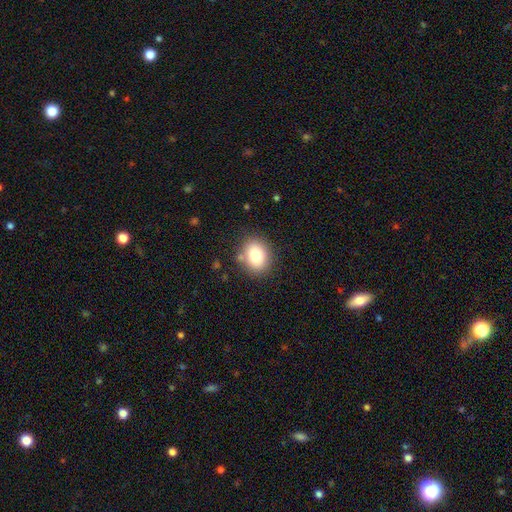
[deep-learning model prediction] Smooth or featured?
  - smooth: 79% *
  - featured or disk: 11%
  - star or artifact: 10%
How rounded?
  - round: 57% *
  - in between: 42%
  - cigar-shaped: 1%
Merging?
  - none: 82% *
  - minor disturbance: 11%
  - major disturbance: 3%
  - merger: 3%